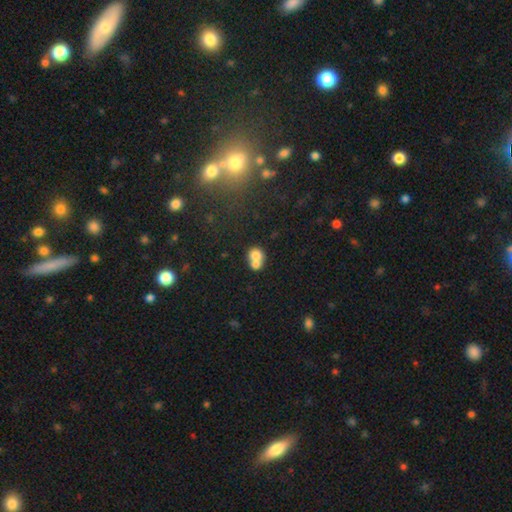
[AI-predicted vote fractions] Smooth or featured? smooth (72%)
How rounded? round (73%)
Merging? merger (64%)